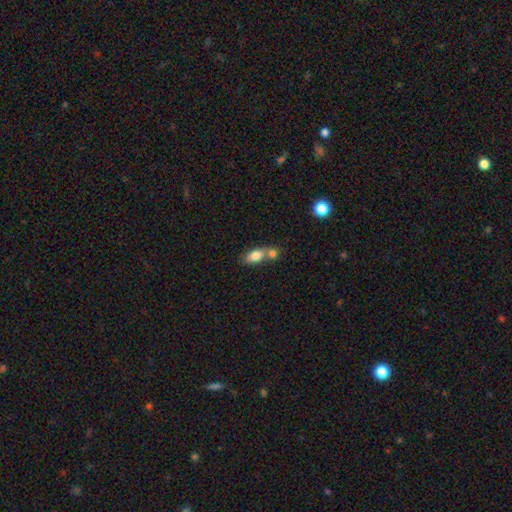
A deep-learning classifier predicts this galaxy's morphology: Q: Smooth or featured?
A: smooth (78%); runner-up: featured or disk (14%)
Q: How rounded?
A: in between (78%); runner-up: round (15%)
Q: Merging?
A: merger (54%); runner-up: none (34%)